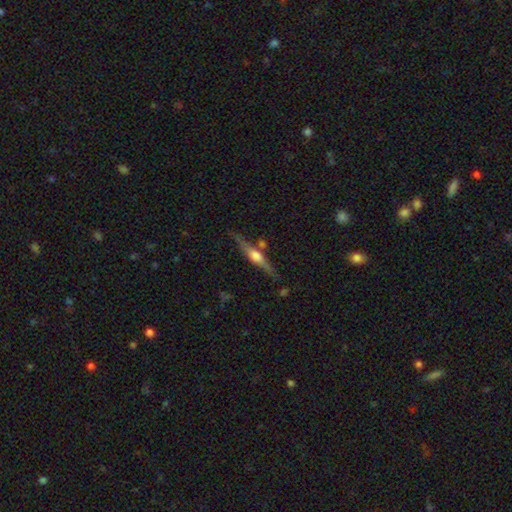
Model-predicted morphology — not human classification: This is likely a featured or disk galaxy (74%). It is clearly viewed edge-on (97%). Edge-on bulge: clearly rounded (86%). Merging: likely none (77%).